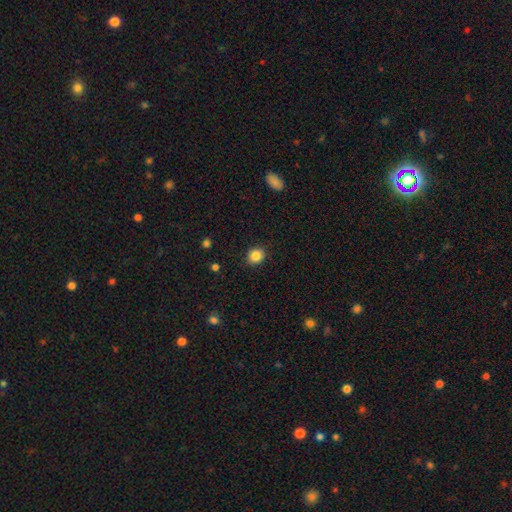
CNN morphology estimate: Smooth or featured?
  - smooth: 86% *
  - star or artifact: 10%
  - featured or disk: 4%
How rounded?
  - round: 78% *
  - in between: 21%
  - cigar-shaped: 1%
Merging?
  - none: 89% *
  - minor disturbance: 8%
  - major disturbance: 2%
  - merger: 1%